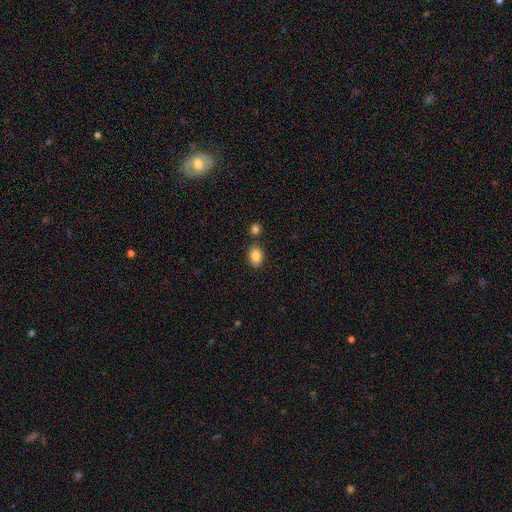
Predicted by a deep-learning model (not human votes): Smooth or featured: smooth — 86% (star or artifact — 8%)
How rounded: in between — 85% (round — 14%)
Merging: none — 79% (minor disturbance — 10%)